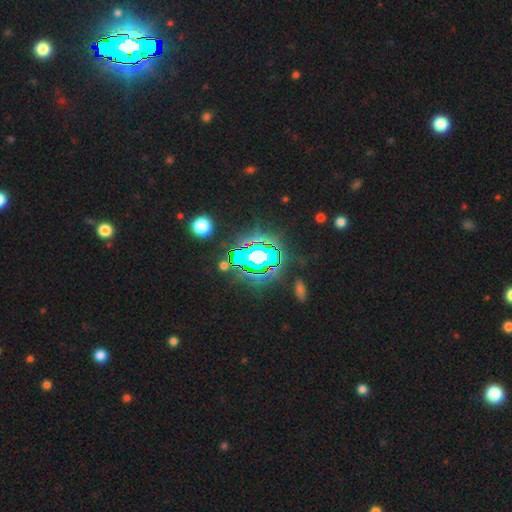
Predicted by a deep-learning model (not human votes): This is likely a star or artifact rather than a galaxy (72%).